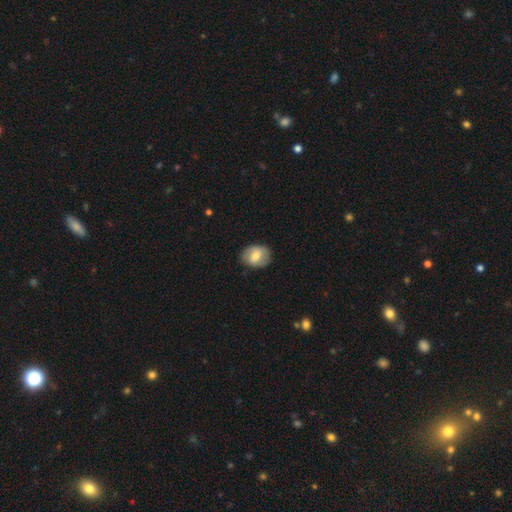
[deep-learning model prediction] smooth 62%, featured or disk 31%, star or artifact 7%. Down the decision tree: how rounded — in between (59%); merging — none (78%).